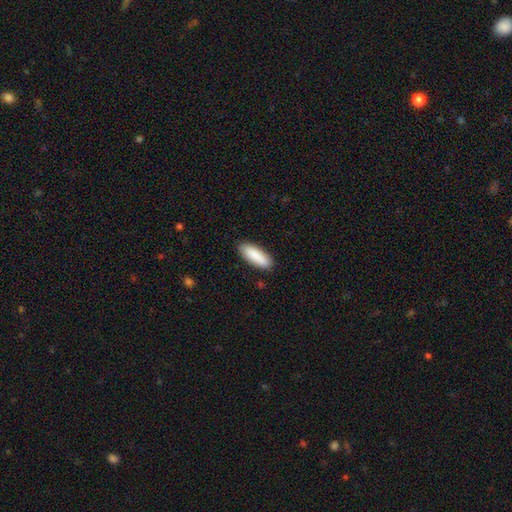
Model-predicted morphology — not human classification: Smooth or featured?
  - smooth: 89% *
  - star or artifact: 6%
  - featured or disk: 5%
How rounded?
  - in between: 61% *
  - cigar-shaped: 37%
  - round: 2%
Merging?
  - none: 87% *
  - minor disturbance: 10%
  - major disturbance: 2%
  - merger: 1%